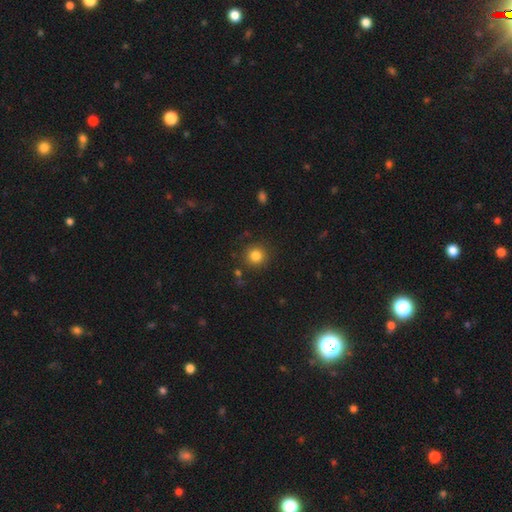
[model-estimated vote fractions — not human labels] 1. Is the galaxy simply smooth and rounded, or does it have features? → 82% smooth, 12% star or artifact, 6% featured or disk.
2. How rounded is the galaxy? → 93% round, 6% in between, 1% cigar-shaped.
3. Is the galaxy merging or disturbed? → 87% none, 8% minor disturbance, 3% major disturbance, 2% merger.